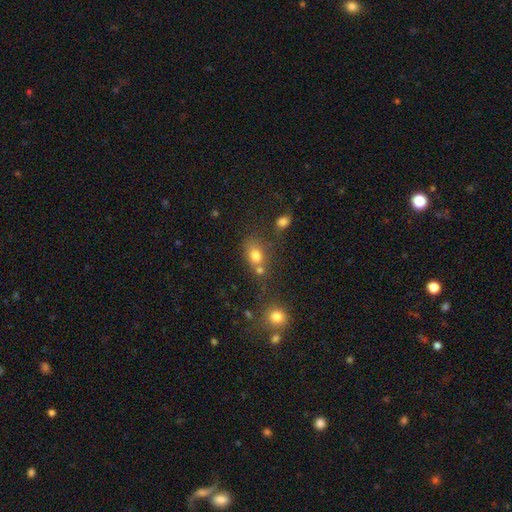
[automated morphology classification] Q: Smooth or featured?
A: smooth (77%); runner-up: star or artifact (13%)
Q: How rounded?
A: in between (63%); runner-up: round (35%)
Q: Merging?
A: none (46%); runner-up: merger (31%)